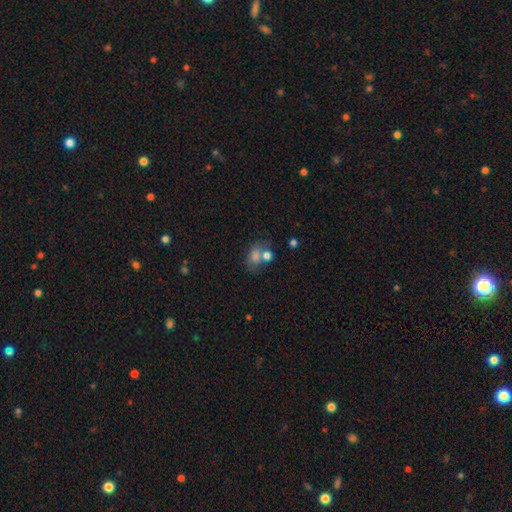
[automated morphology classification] Q: Smooth or featured?
A: smooth (67%); runner-up: featured or disk (18%)
Q: How rounded?
A: in between (65%); runner-up: round (33%)
Q: Merging?
A: none (39%); runner-up: merger (38%)